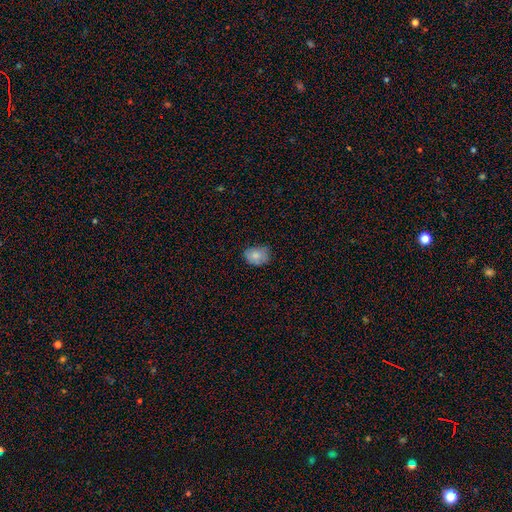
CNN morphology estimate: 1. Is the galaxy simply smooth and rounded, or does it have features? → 80% smooth, 11% featured or disk, 9% star or artifact.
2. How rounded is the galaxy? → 61% in between, 38% round, 1% cigar-shaped.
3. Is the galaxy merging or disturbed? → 67% none, 27% minor disturbance, 5% major disturbance, 1% merger.